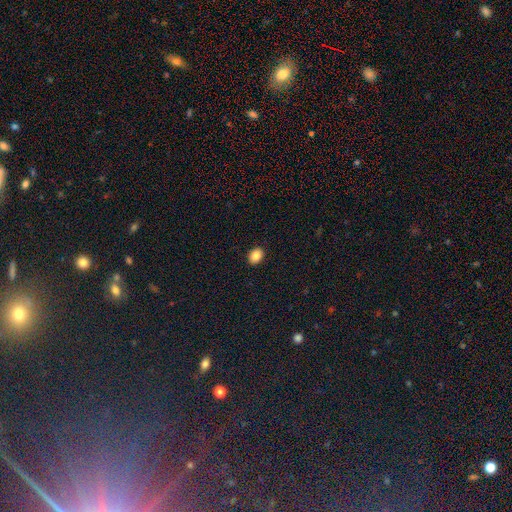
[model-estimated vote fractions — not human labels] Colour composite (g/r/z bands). It shows a smooth galaxy with no disk features (86%) that is in between round and cigar-shaped (66%). Merging: none (91%).